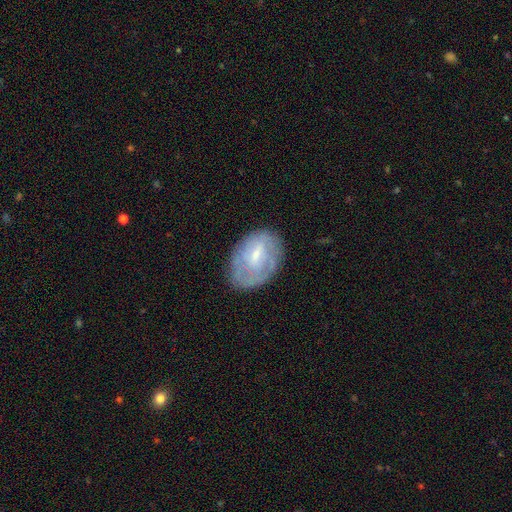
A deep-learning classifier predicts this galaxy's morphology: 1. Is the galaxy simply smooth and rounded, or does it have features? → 55% featured or disk, 38% smooth, 7% star or artifact.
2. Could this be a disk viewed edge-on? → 95% no, 5% yes.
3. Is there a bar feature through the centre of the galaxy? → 49% weak, 38% no, 13% strong.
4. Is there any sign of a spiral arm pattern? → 55% yes, 45% no.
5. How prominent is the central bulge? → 61% small, 30% moderate, 6% none, 2% large, 1% dominant.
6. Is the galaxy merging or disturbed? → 68% none, 22% minor disturbance, 9% major disturbance, 1% merger.